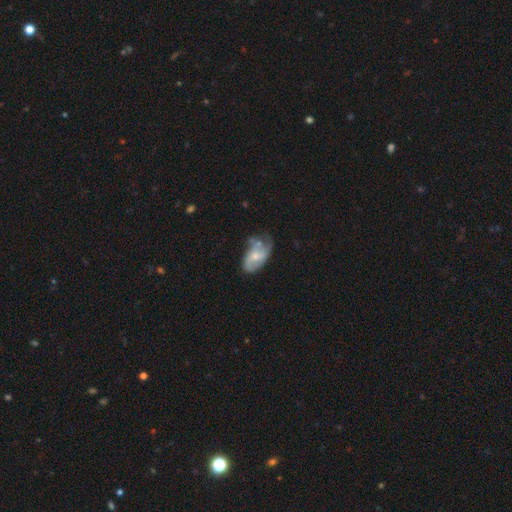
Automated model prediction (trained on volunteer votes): smooth-or-featured: featured or disk: 61% | smooth: 32% | star or artifact: 7%
  disk-edge-on: no: 96% | yes: 4%
    bar: no: 59% | weak: 34% | strong: 7%
    has-spiral-arms: yes: 72% | no: 28%
    bulge-size: small: 48% | moderate: 43% | none: 6% | large: 2% | dominant: 1%
  merging: none: 35% | minor disturbance: 31% | major disturbance: 21% | merger: 13%